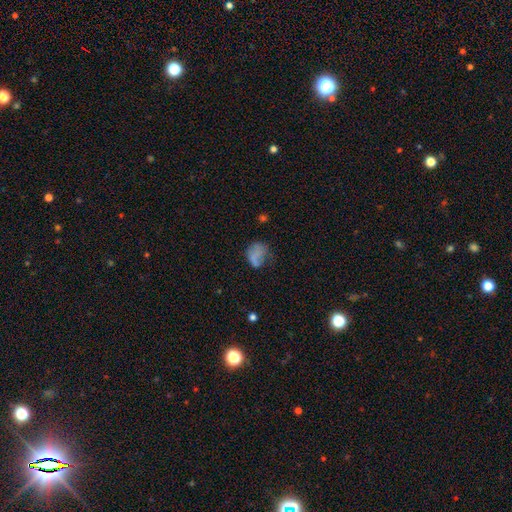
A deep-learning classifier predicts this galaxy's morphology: Smooth or featured? smooth (66%)
How rounded? in between (59%)
Merging? none (35%)